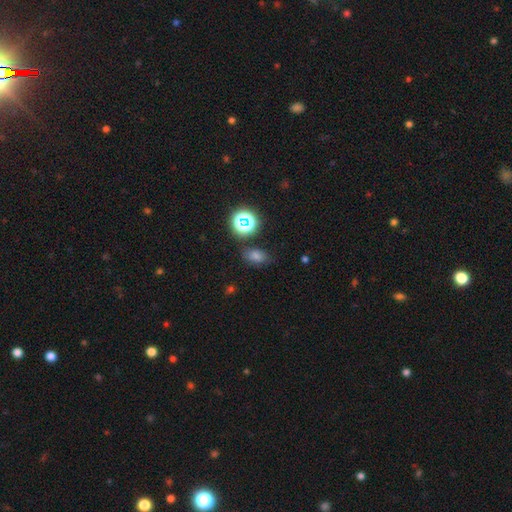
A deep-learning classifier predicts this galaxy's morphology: This is possibly a smooth galaxy (59%). How rounded: likely in between (69%). Merging: likely none (78%).